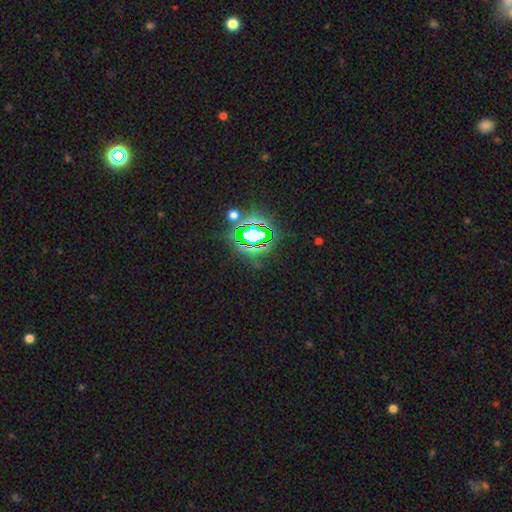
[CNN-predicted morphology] star or artifact 79%, smooth 13%, featured or disk 8%.